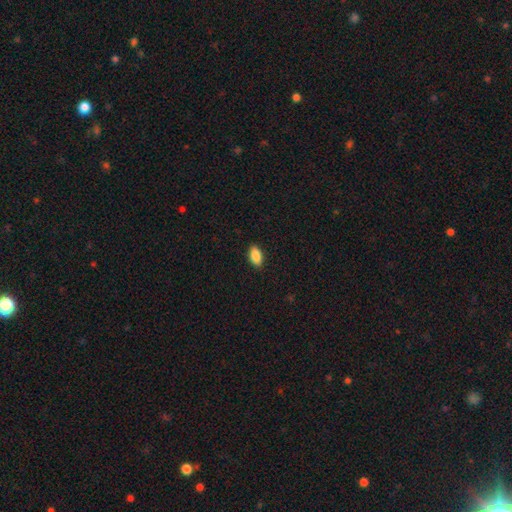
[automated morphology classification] type=smooth (88%); roundness=in between (92%); merging=none (89%).